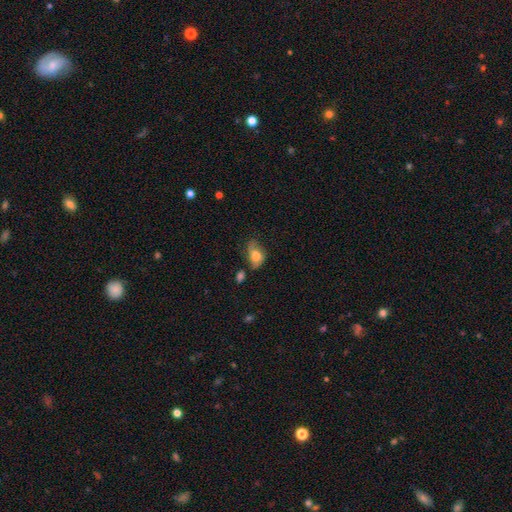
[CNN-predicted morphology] smooth-or-featured: smooth: 67% | featured or disk: 24% | star or artifact: 9%
  how-rounded: in between: 84% | round: 14% | cigar-shaped: 2%
  merging: none: 39% | minor disturbance: 33% | major disturbance: 19% | merger: 10%